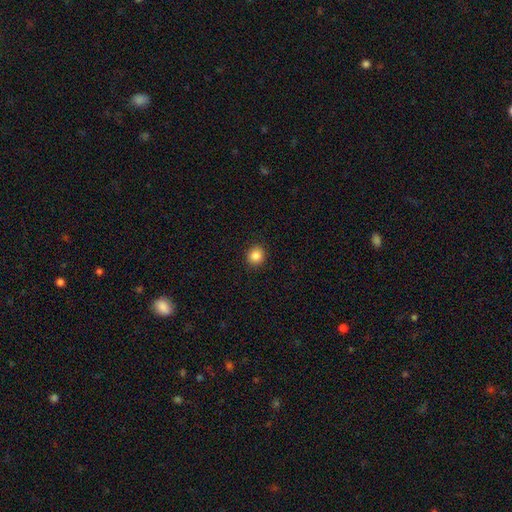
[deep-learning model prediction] Smooth or featured? Predicted: smooth (p=0.86). How rounded? Predicted: round (p=0.82). Merging? Predicted: none (p=0.91).